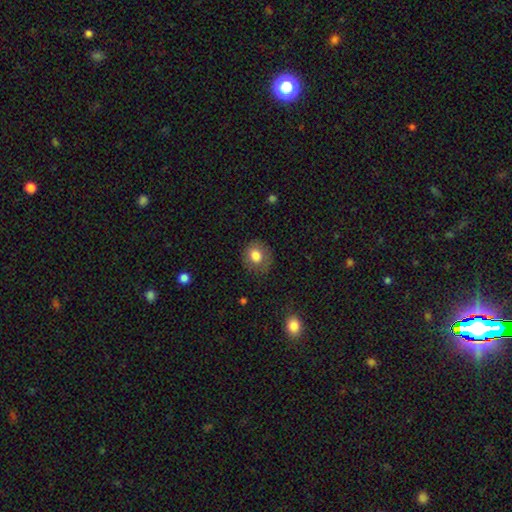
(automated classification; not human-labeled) Smooth or featured? smooth (80%)
How rounded? round (75%)
Merging? none (76%)